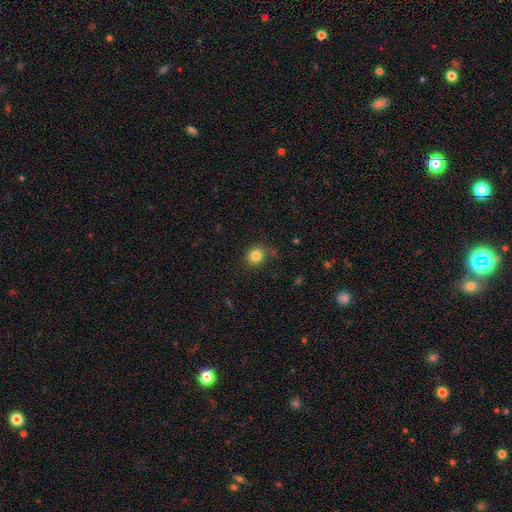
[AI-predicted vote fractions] This appears to be a smooth galaxy with no disk features (82%) that is round (85%). Merging: none (82%).